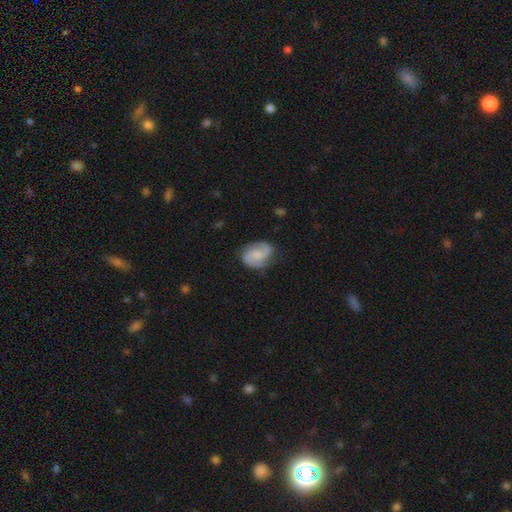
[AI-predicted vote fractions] Smooth or featured? Predicted: featured or disk (p=0.76). Edge-on disk? Predicted: no (p=0.98). Bar? Predicted: no (p=0.51). Spiral arms? Predicted: yes (p=0.96). Spiral winding? Predicted: medium (p=0.51). Spiral arm count? Predicted: 2 (p=0.90). Bulge size? Predicted: none (p=0.43). Merging? Predicted: none (p=0.77).